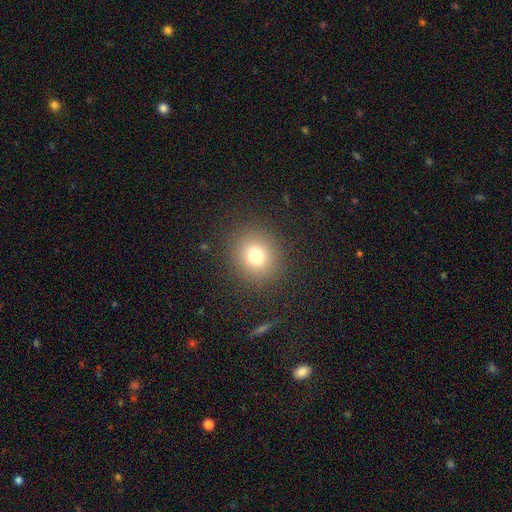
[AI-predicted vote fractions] Smooth or featured: smooth — 76% (star or artifact — 15%)
How rounded: round — 82% (in between — 17%)
Merging: none — 88% (minor disturbance — 7%)